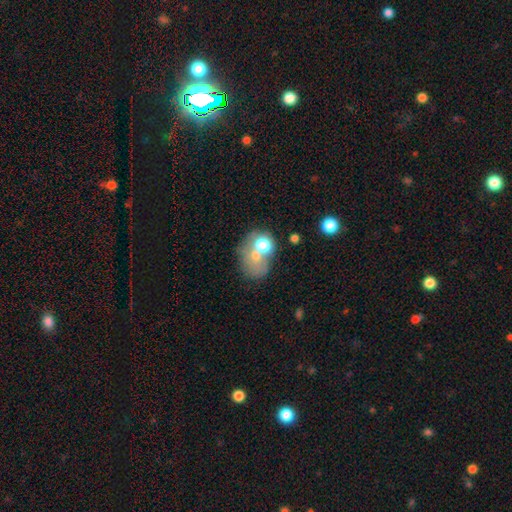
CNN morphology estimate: Smooth or featured? Predicted: smooth (p=0.54). How rounded? Predicted: in between (p=0.52). Merging? Predicted: merger (p=0.42).